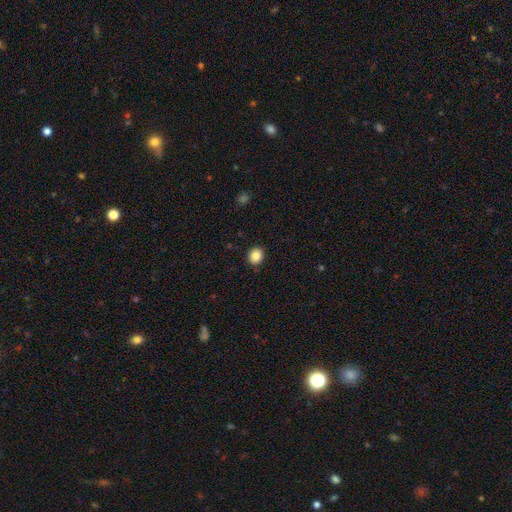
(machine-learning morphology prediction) Smooth or featured? Predicted: smooth (p=0.86). How rounded? Predicted: round (p=0.75). Merging? Predicted: none (p=0.91).